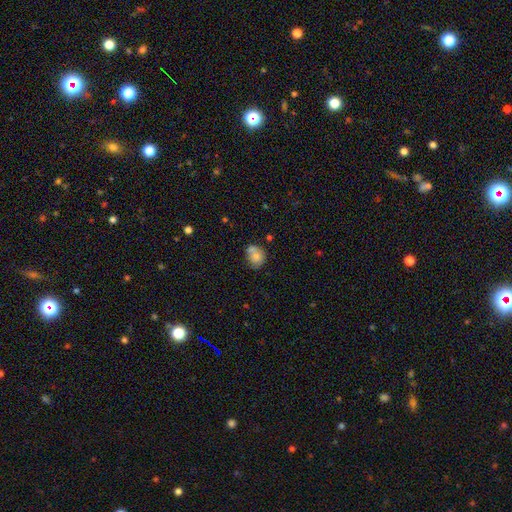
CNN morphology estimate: The model was most divided on "how rounded": round: 55%, in between: 44%, cigar-shaped: 1%. Remaining: smooth or featured — smooth (75%); merging — none (47%).